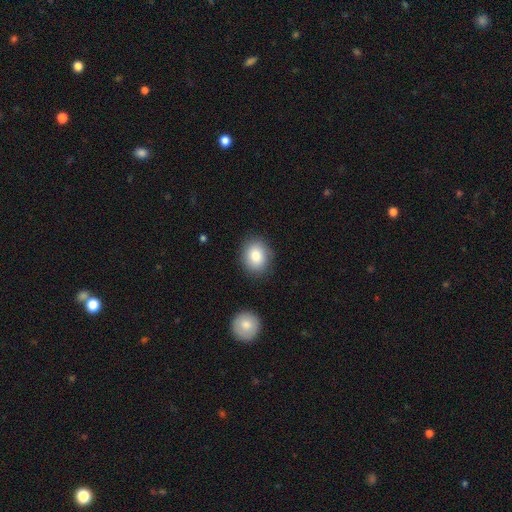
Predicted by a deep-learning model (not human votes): Smooth or featured? smooth (82%)
How rounded? round (63%)
Merging? none (86%)